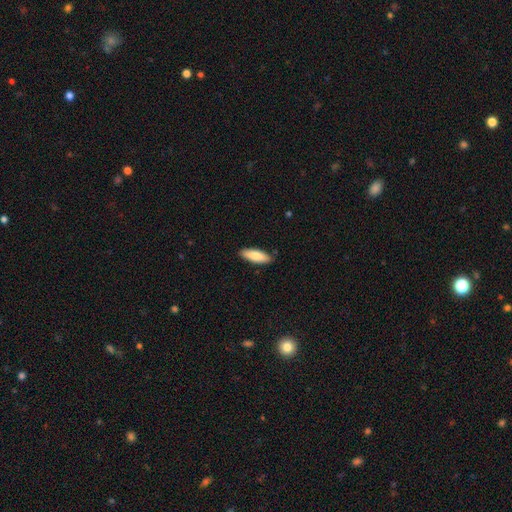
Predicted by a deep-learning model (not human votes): Smooth or featured? Predicted: smooth (p=0.83). How rounded? Predicted: in between (p=0.59). Merging? Predicted: none (p=0.87).